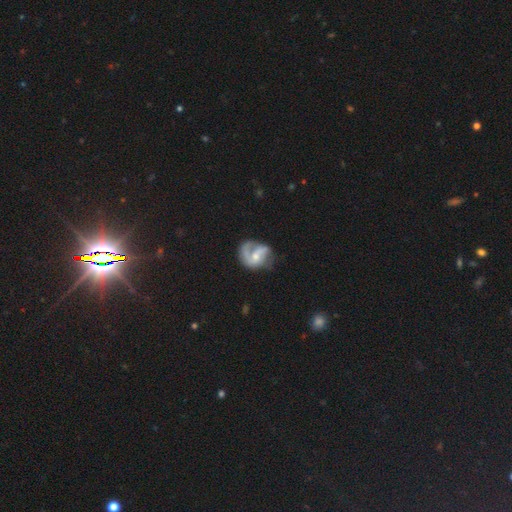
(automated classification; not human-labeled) Smooth or featured?
  - featured or disk: 73% *
  - smooth: 21%
  - star or artifact: 6%
Edge-on disk?
  - no: 98% *
  - yes: 2%
Bar?
  - no: 46% *
  - weak: 43%
  - strong: 11%
Spiral arms?
  - yes: 88% *
  - no: 12%
Spiral winding?
  - medium: 45% *
  - loose: 34%
  - tight: 21%
Spiral arm count?
  - 2: 54% *
  - 1: 29%
  - can't tell: 10%
  - 3: 5%
  - 4: 1%
  - more than 4: 1%
Bulge size?
  - small: 47% *
  - moderate: 40%
  - none: 8%
  - large: 3%
  - dominant: 1%
Merging?
  - none: 48% *
  - major disturbance: 25%
  - minor disturbance: 24%
  - merger: 3%